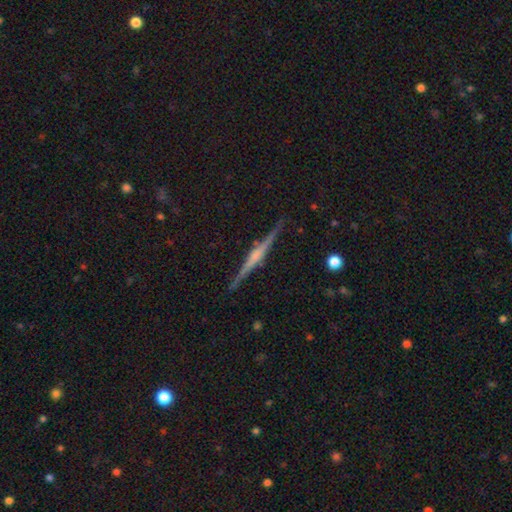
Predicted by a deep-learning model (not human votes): Smooth or featured?
  - featured or disk: 83% *
  - smooth: 11%
  - star or artifact: 6%
Edge-on disk?
  - yes: 98% *
  - no: 2%
Edge-on bulge?
  - rounded: 65% *
  - boxy: 19%
  - none: 15%
Merging?
  - none: 91% *
  - minor disturbance: 7%
  - major disturbance: 1%
  - merger: 1%